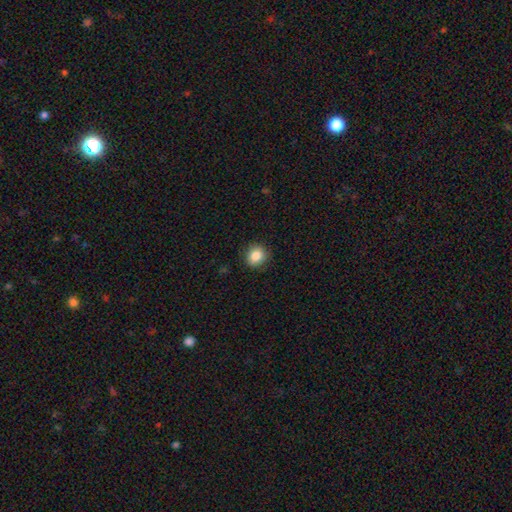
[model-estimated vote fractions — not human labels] Morphology: type=smooth (85%); roundness=round (81%); merging=none (88%).